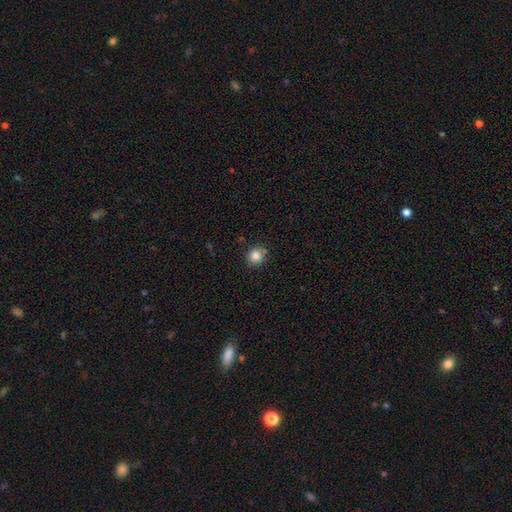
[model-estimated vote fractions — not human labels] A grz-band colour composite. It shows a smooth galaxy with no disk features (83%) that is round (89%). Merging: none (81%).